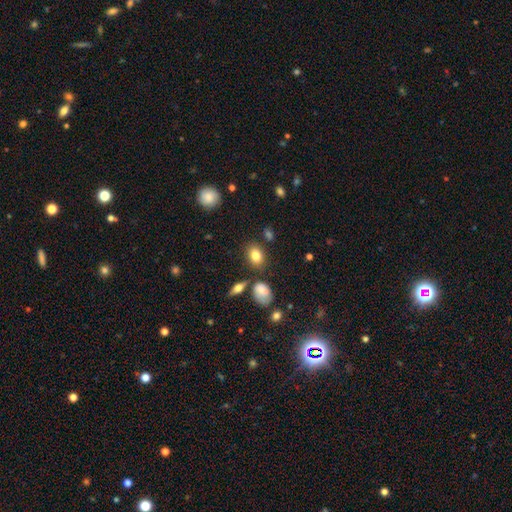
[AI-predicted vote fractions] Overall: smooth (80%). How rounded: in between (72%). Merging: none (79%).